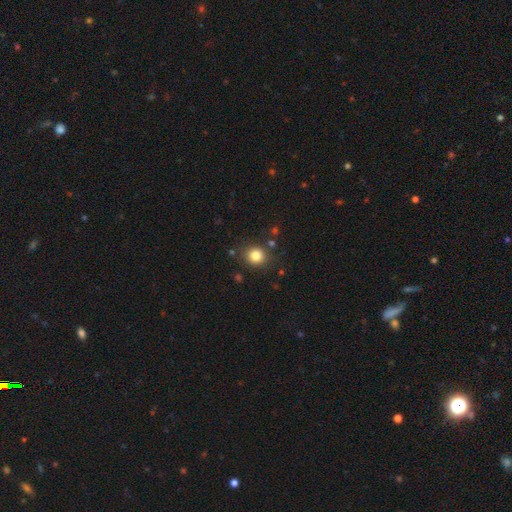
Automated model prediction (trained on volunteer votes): This appears to be a smooth galaxy with no disk features (82%) that is round (85%). Merging: none (85%).